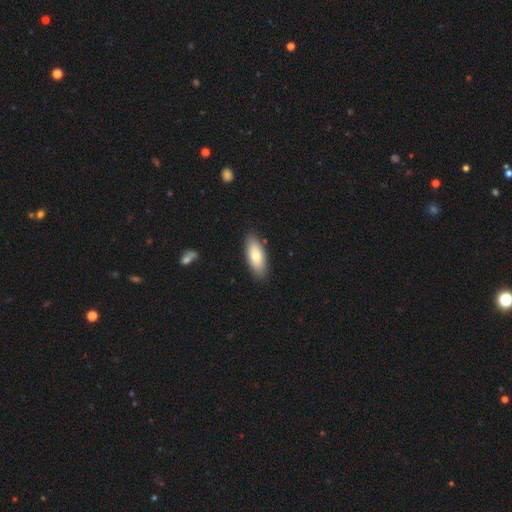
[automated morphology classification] Smooth or featured?
  - smooth: 72% *
  - featured or disk: 21%
  - star or artifact: 6%
How rounded?
  - in between: 78% *
  - cigar-shaped: 19%
  - round: 3%
Merging?
  - none: 87% *
  - minor disturbance: 10%
  - major disturbance: 2%
  - merger: 2%